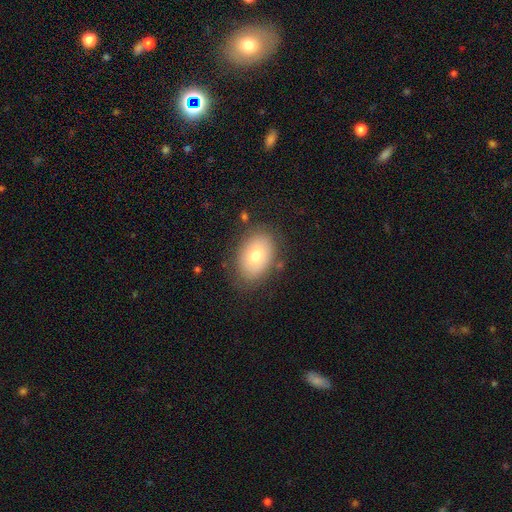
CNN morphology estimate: Smooth or featured? smooth (69%)
How rounded? in between (82%)
Merging? none (81%)